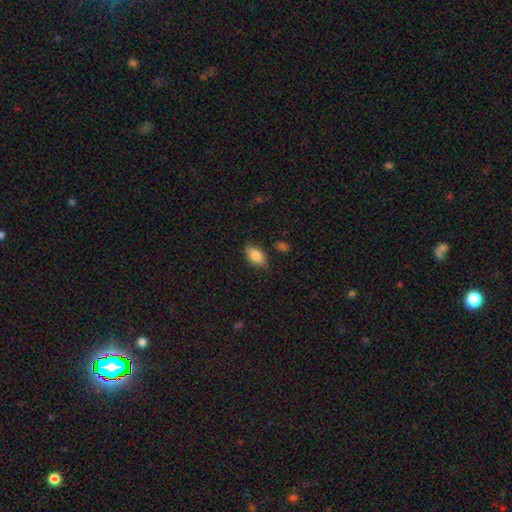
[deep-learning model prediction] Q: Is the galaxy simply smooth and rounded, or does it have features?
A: smooth — 82%.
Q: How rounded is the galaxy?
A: in between — 91%.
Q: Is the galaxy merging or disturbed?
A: none — 82%.